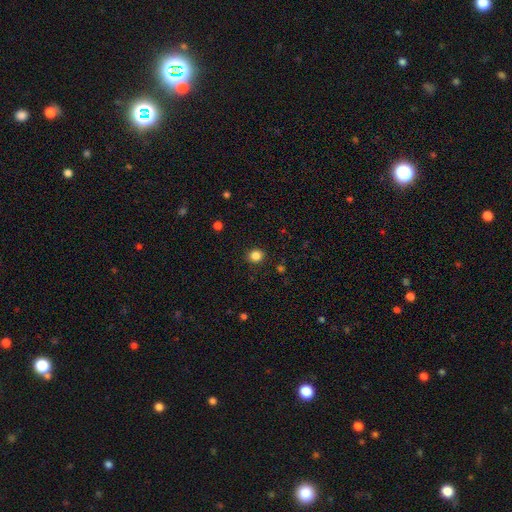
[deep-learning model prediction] The model was most divided on "how rounded": round: 80%, in between: 19%, cigar-shaped: 1%. More confident: merging — none (90%); smooth or featured — smooth (84%).